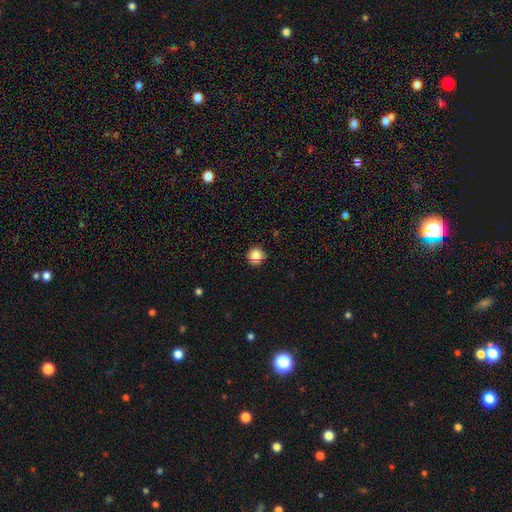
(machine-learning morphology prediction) A smooth galaxy with no disk features (85%) that is round (93%). Merging: none (82%).